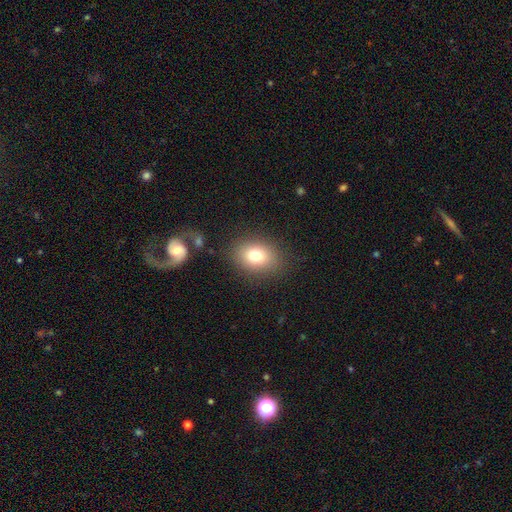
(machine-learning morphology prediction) Smooth or featured?
  - smooth: 77% *
  - star or artifact: 11%
  - featured or disk: 11%
How rounded?
  - in between: 62% *
  - round: 37%
  - cigar-shaped: 1%
Merging?
  - none: 84% *
  - minor disturbance: 10%
  - major disturbance: 4%
  - merger: 2%